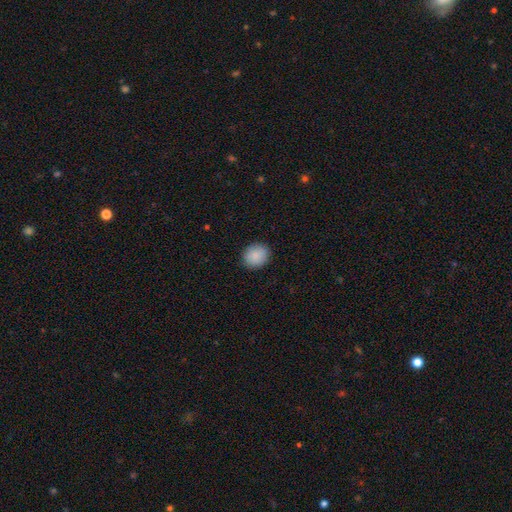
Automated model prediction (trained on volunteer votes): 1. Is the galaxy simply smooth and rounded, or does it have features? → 89% smooth, 7% star or artifact, 4% featured or disk.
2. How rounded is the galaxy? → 69% round, 30% in between, 1% cigar-shaped.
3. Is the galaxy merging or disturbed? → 89% none, 8% minor disturbance, 2% major disturbance, 1% merger.